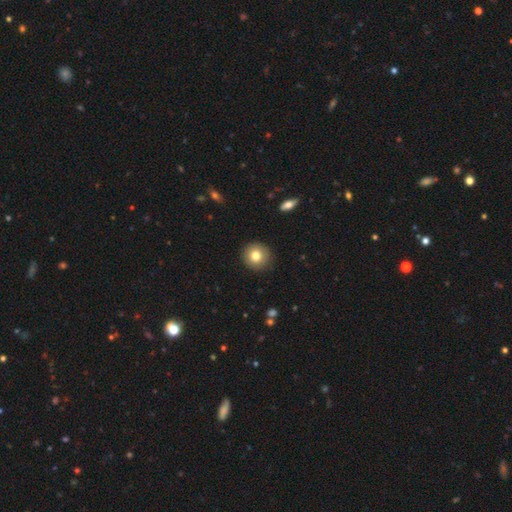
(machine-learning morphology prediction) A smooth galaxy with no disk features (78%) that is round (93%).

Vote fractions:
- Smooth or featured? smooth: 78% / featured or disk: 12% / star or artifact: 10%
- How rounded? round: 93% / in between: 6% / cigar-shaped: 1%
- Merging? none: 91% / minor disturbance: 7% / major disturbance: 2% / merger: 1%